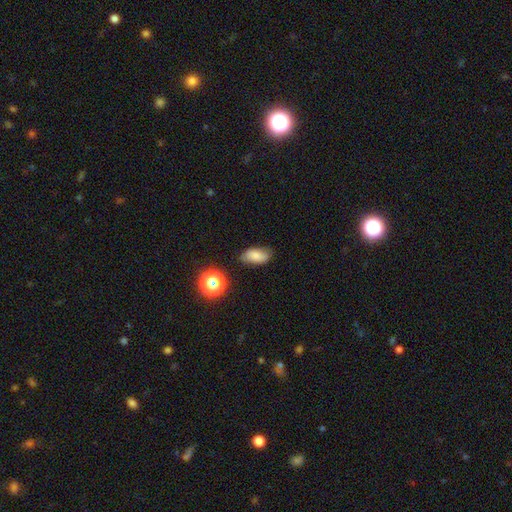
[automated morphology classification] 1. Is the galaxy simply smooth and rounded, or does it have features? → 79% smooth, 11% star or artifact, 10% featured or disk.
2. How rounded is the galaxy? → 89% in between, 7% round, 4% cigar-shaped.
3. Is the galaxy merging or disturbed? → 74% none, 20% minor disturbance, 4% major disturbance, 2% merger.